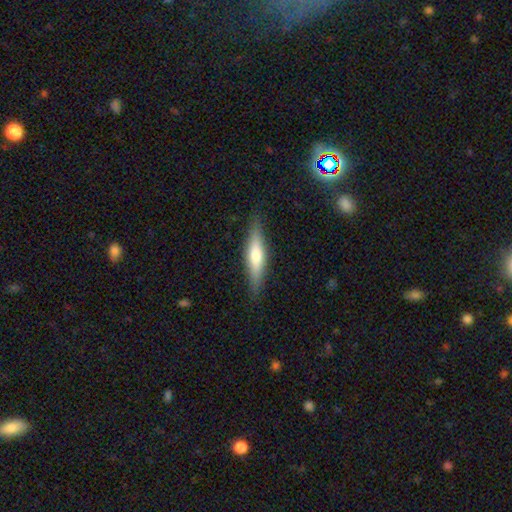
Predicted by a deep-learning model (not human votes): Smooth or featured: smooth — 49% (featured or disk — 45%)
Merging: none — 87% (minor disturbance — 9%)